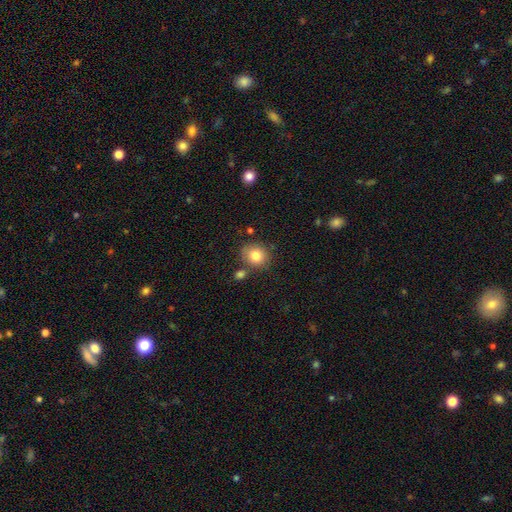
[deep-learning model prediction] Overall: smooth (82%). How rounded: round (78%). Merging: none (74%).